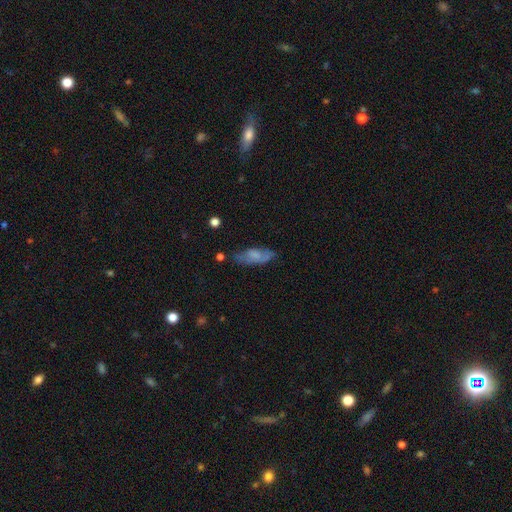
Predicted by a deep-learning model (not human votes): A smooth galaxy with no disk features (60%) that is in between round and cigar-shaped (69%). Merging: none (59%).